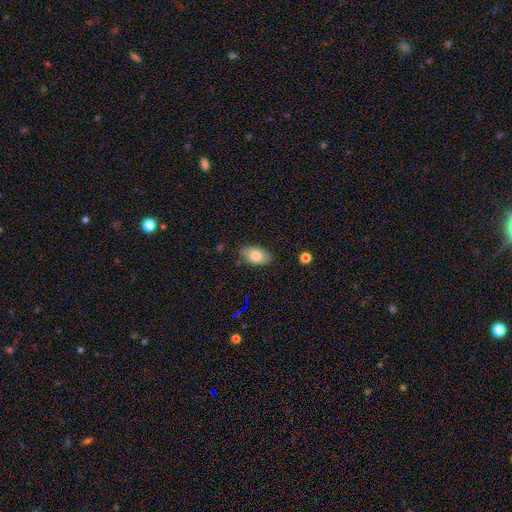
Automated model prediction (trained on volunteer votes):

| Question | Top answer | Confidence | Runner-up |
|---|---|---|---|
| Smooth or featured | smooth | 81% | featured or disk (12%) |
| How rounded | in between | 92% | round (6%) |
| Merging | none | 80% | minor disturbance (16%) |